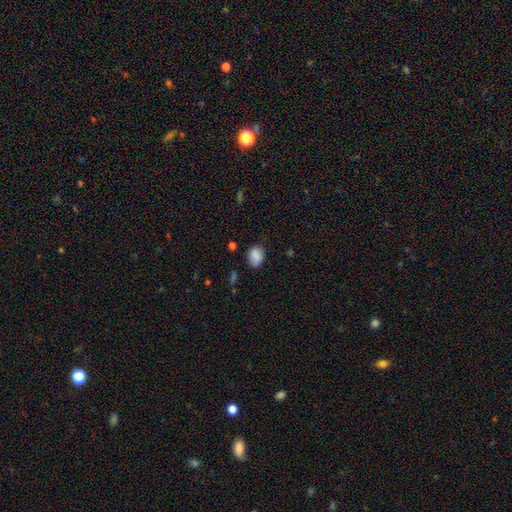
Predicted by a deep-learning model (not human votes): smooth-or-featured: smooth: 86% | star or artifact: 8% | featured or disk: 6%
  how-rounded: in between: 67% | round: 32% | cigar-shaped: 1%
  merging: none: 72% | minor disturbance: 21% | major disturbance: 4% | merger: 2%